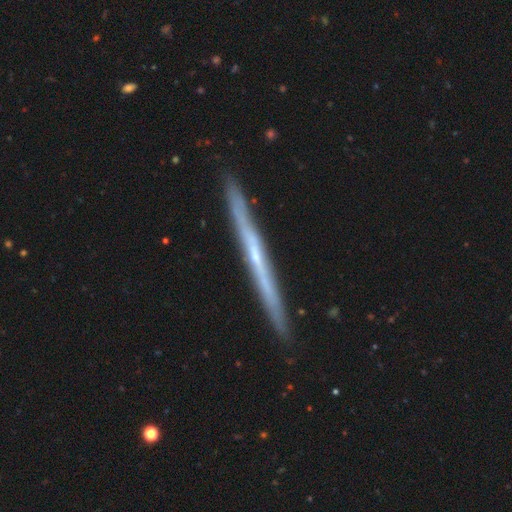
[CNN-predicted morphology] smooth_or_featured: featured or disk (p=0.76) [alt: smooth p=0.18]
disk_edge_on: yes (p=0.97) [alt: no p=0.03]
edge_on_bulge: none (p=0.64) [alt: rounded p=0.32]
merging: none (p=0.91) [alt: minor disturbance p=0.07]